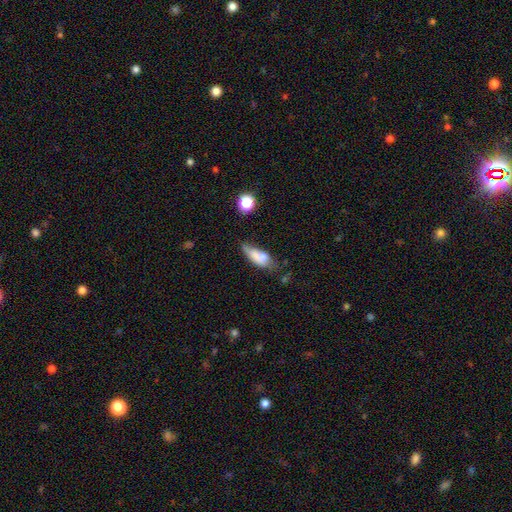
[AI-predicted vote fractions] A smooth galaxy with no disk features (69%) that is in between round and cigar-shaped (69%). Merging: none (35%).